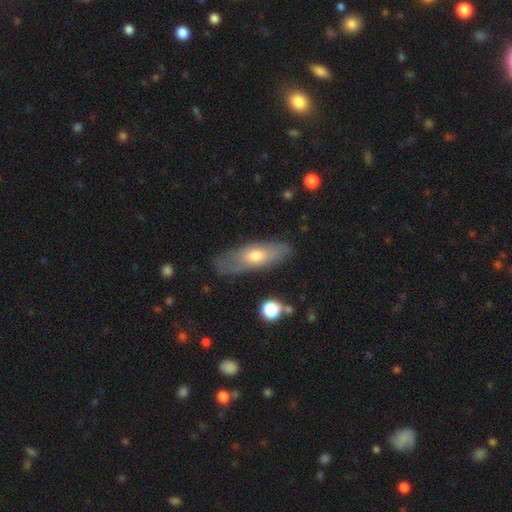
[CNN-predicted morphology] Smooth or featured: smooth — 48% (featured or disk — 46%)
Merging: none — 73% (minor disturbance — 20%)